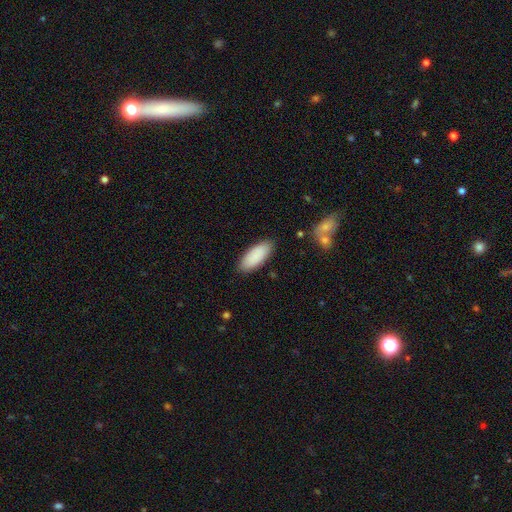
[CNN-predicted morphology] type=smooth (89%); roundness=in between (82%); merging=none (86%).